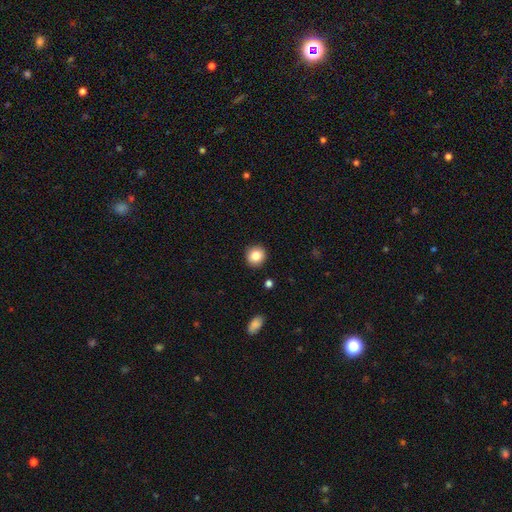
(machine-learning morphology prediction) Smooth or featured: smooth — 85% (star or artifact — 9%)
How rounded: round — 90% (in between — 9%)
Merging: none — 91% (minor disturbance — 6%)